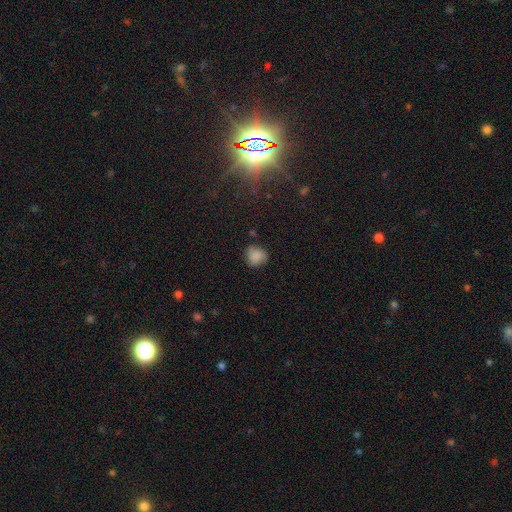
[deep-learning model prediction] This appears to be a smooth galaxy with no disk features (82%) that is round (75%). Merging: none (65%).